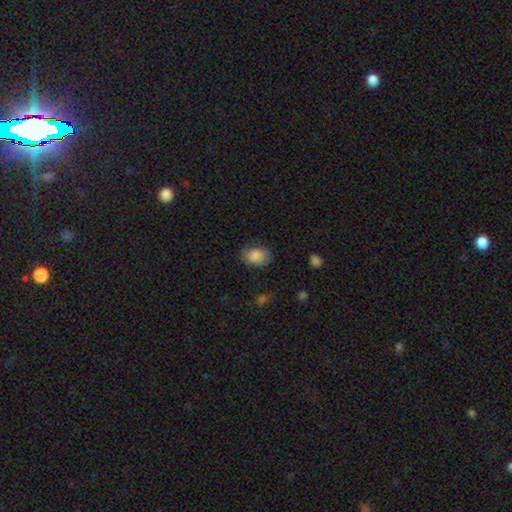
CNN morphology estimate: This appears to be a smooth galaxy with no disk features (84%) that is in between round and cigar-shaped (70%). Merging: none (71%).